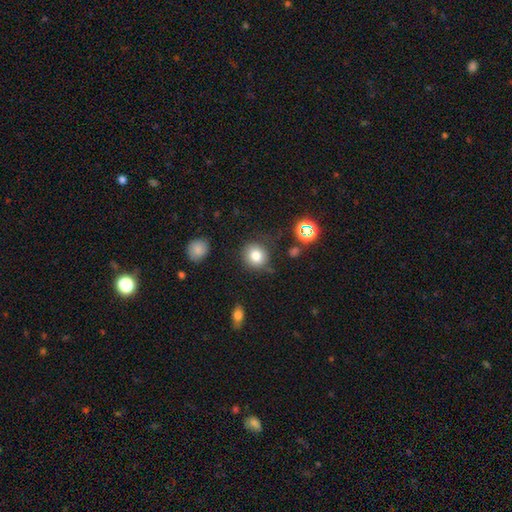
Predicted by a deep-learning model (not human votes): The model was most divided on "merging": none: 78%, minor disturbance: 15%, major disturbance: 4%, merger: 3%. More confident: how rounded — round (86%); smooth or featured — smooth (80%).